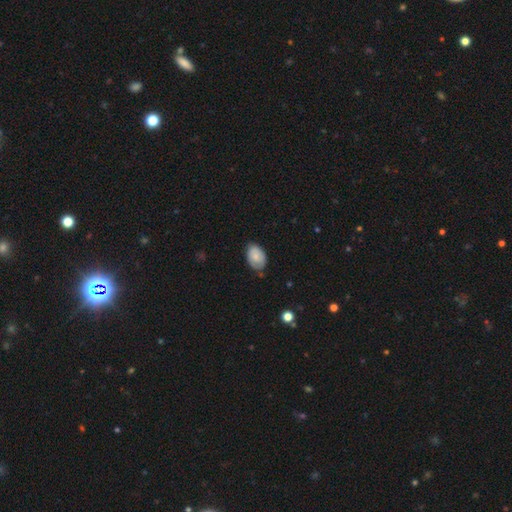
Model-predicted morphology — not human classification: Overall: smooth (75%). How rounded: in between (88%). Merging: none (65%; minor disturbance 28%).